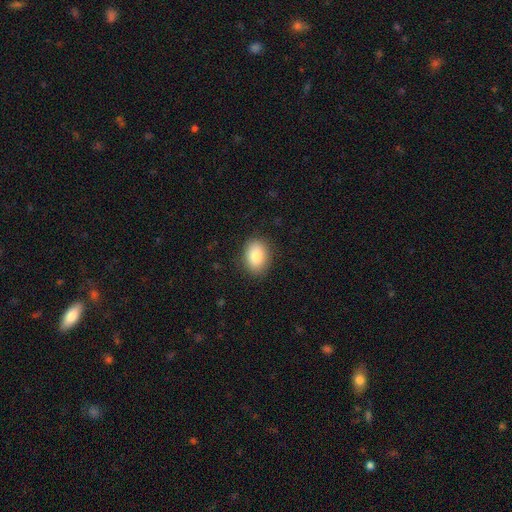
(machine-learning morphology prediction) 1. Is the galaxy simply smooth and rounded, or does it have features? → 86% smooth, 7% star or artifact, 7% featured or disk.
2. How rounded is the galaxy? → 77% in between, 22% round, 1% cigar-shaped.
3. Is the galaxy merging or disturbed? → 86% none, 10% minor disturbance, 3% major disturbance, 1% merger.